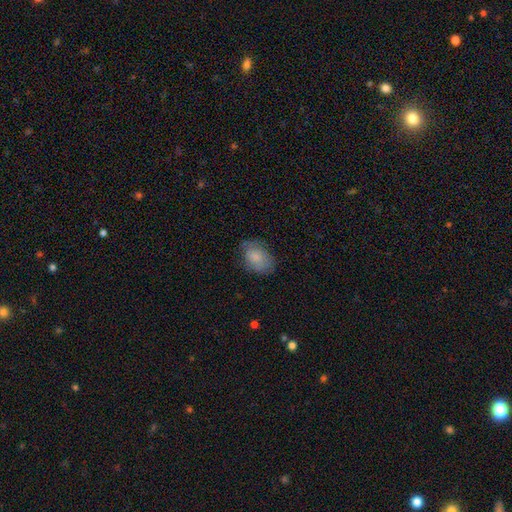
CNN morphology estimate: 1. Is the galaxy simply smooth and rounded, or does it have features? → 79% smooth, 14% featured or disk, 7% star or artifact.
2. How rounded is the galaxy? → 79% in between, 20% round, 1% cigar-shaped.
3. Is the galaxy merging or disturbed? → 67% none, 24% minor disturbance, 7% major disturbance, 1% merger.